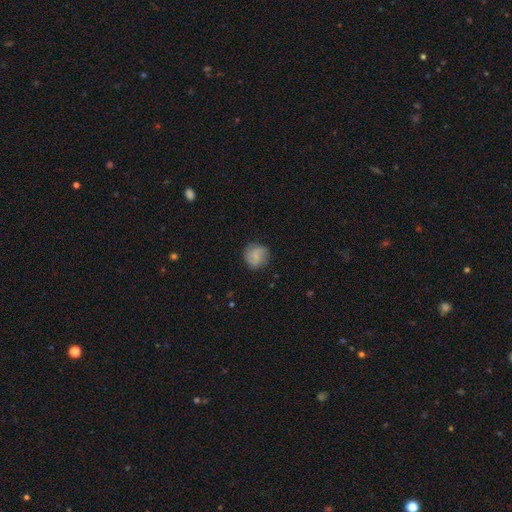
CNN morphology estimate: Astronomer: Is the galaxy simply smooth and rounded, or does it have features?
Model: smooth — 54% (runner-up: featured or disk, 38%).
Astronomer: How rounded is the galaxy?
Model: round — 87%.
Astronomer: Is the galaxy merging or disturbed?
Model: none — 79%.